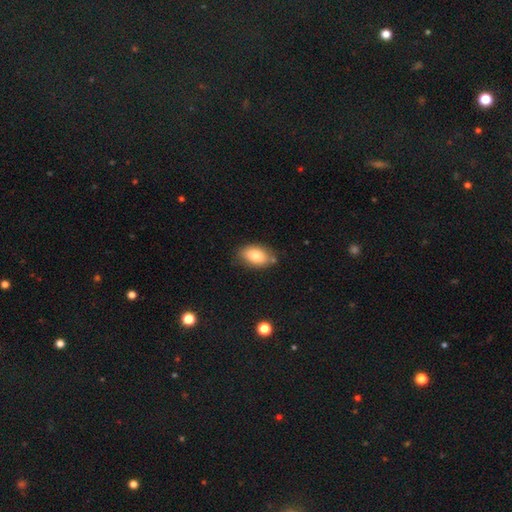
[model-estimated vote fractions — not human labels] Morphology: type=smooth (81%); roundness=in between (91%); merging=none (77%).